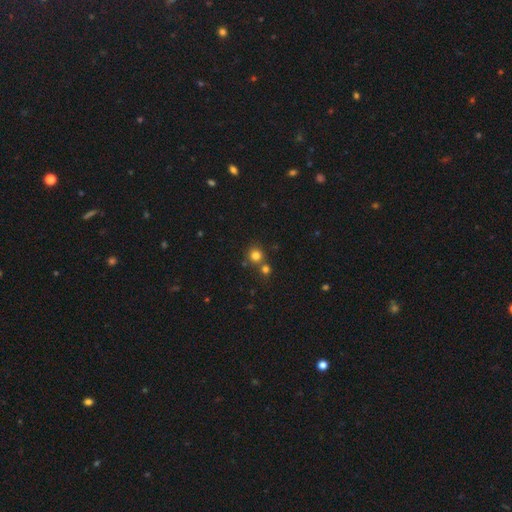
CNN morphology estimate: A smooth galaxy with no disk features (79%) that is round (90%).

Vote fractions:
- Smooth or featured? smooth: 79% / star or artifact: 15% / featured or disk: 6%
- How rounded? round: 90% / in between: 9% / cigar-shaped: 1%
- Merging? none: 67% / merger: 23% / minor disturbance: 7% / major disturbance: 3%